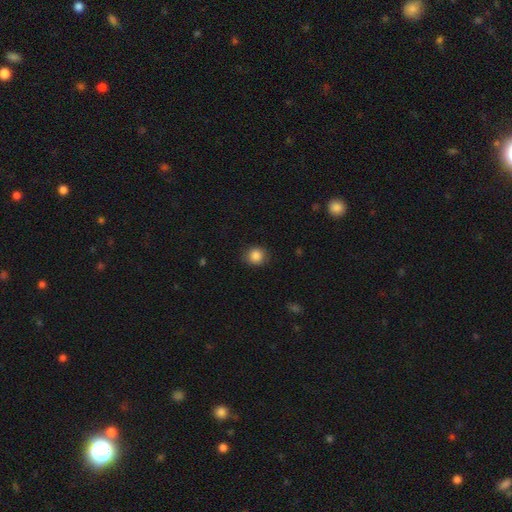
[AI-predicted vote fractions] A smooth galaxy with no disk features (86%) that is round (83%).

Vote fractions:
- Smooth or featured? smooth: 86% / star or artifact: 9% / featured or disk: 4%
- How rounded? round: 83% / in between: 16% / cigar-shaped: 1%
- Merging? none: 85% / minor disturbance: 12% / major disturbance: 3% / merger: 1%